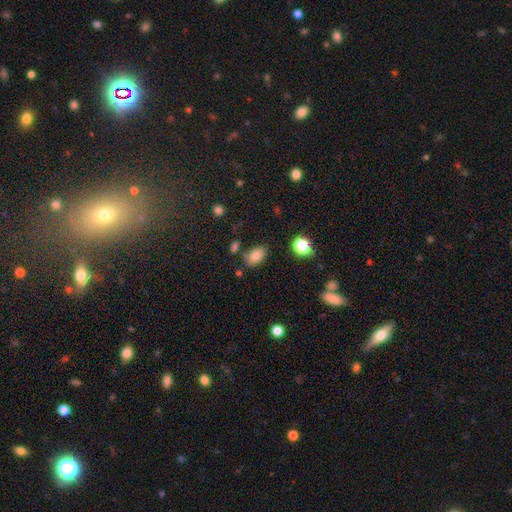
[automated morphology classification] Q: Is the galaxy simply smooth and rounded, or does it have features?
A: smooth — 82%.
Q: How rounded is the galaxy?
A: in between — 88%.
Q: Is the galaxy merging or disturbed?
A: none — 75%.